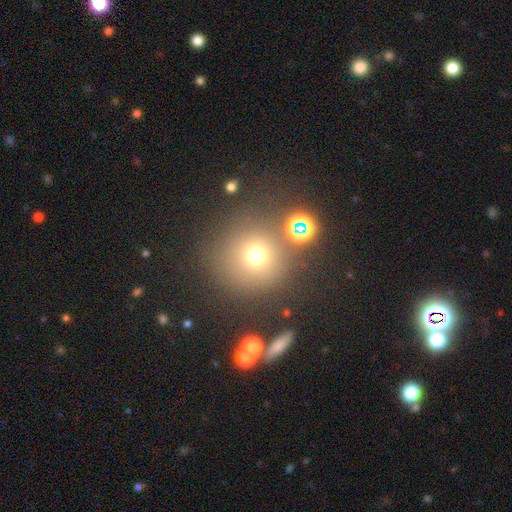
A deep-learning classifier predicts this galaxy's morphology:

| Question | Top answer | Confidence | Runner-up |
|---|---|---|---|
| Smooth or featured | smooth | 68% | star or artifact (21%) |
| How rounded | round | 93% | in between (6%) |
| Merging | none | 76% | minor disturbance (10%) |